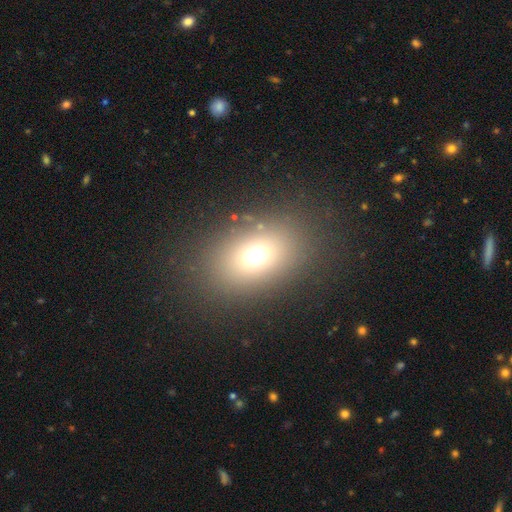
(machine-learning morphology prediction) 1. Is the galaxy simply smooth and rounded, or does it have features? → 67% smooth, 19% star or artifact, 14% featured or disk.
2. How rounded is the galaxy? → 70% in between, 29% round, 2% cigar-shaped.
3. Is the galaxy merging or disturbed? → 83% none, 9% minor disturbance, 6% major disturbance, 2% merger.